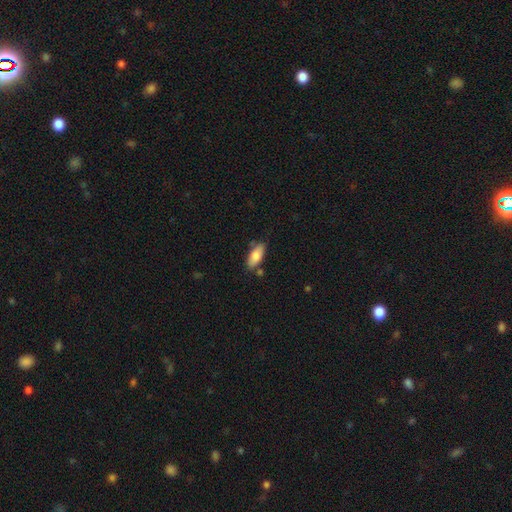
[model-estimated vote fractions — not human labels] The model was most divided on "merging": none: 75%, minor disturbance: 16%, merger: 6%, major disturbance: 3%. More confident: how rounded — in between (82%); smooth or featured — smooth (80%).